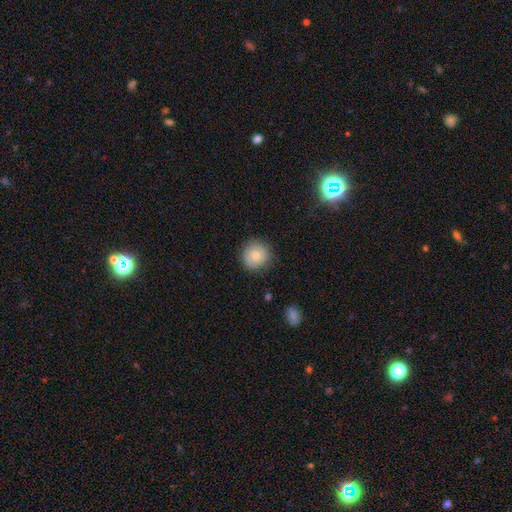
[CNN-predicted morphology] smooth_or_featured: smooth (p=0.78) [alt: featured or disk p=0.14]
how_rounded: round (p=0.92) [alt: in between p=0.07]
merging: none (p=0.85) [alt: minor disturbance p=0.11]